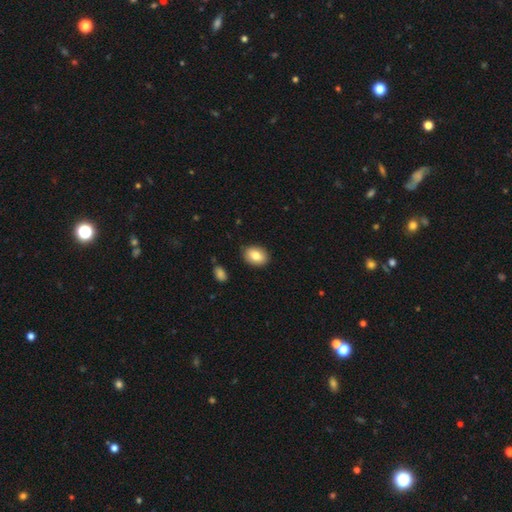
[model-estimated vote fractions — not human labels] smooth 83%, featured or disk 10%, star or artifact 8%. Down the decision tree: how rounded — in between (77%); merging — none (88%).